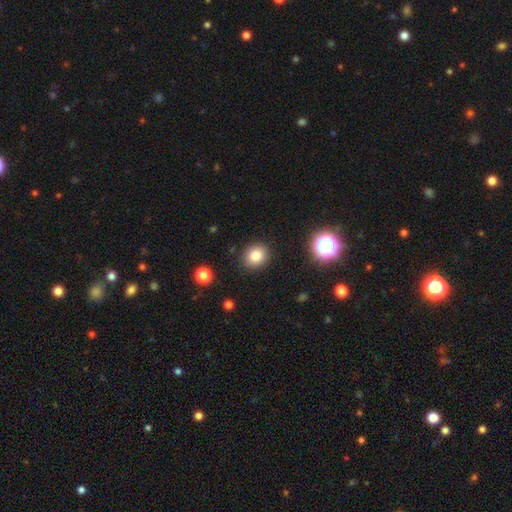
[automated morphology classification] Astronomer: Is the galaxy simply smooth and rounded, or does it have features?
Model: smooth — 83%.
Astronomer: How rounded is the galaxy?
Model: round — 65%.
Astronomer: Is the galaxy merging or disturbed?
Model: none — 87%.